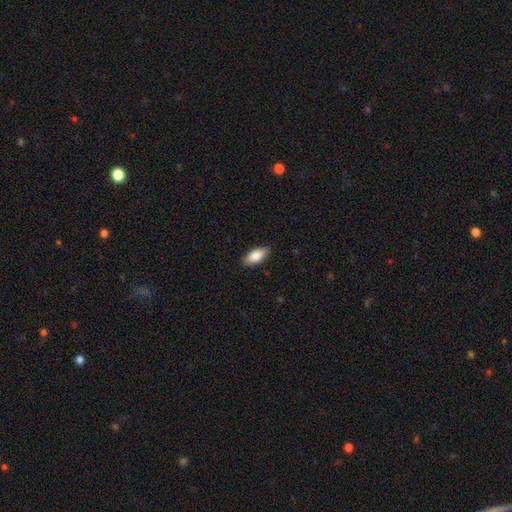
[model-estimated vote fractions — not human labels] A smooth galaxy with no disk features (82%) that is in between round and cigar-shaped (87%).

Vote fractions:
- Smooth or featured? smooth: 82% / featured or disk: 12% / star or artifact: 6%
- How rounded? in between: 87% / cigar-shaped: 11% / round: 2%
- Merging? none: 88% / minor disturbance: 9% / major disturbance: 2% / merger: 1%